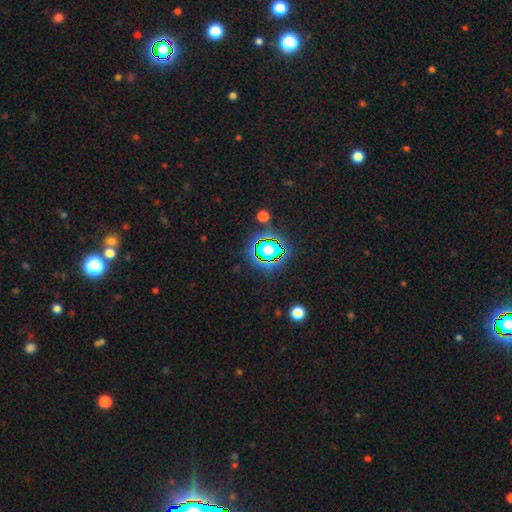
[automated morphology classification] The model was most divided on "smooth or featured": star or artifact: 75%, smooth: 16%, featured or disk: 9%.